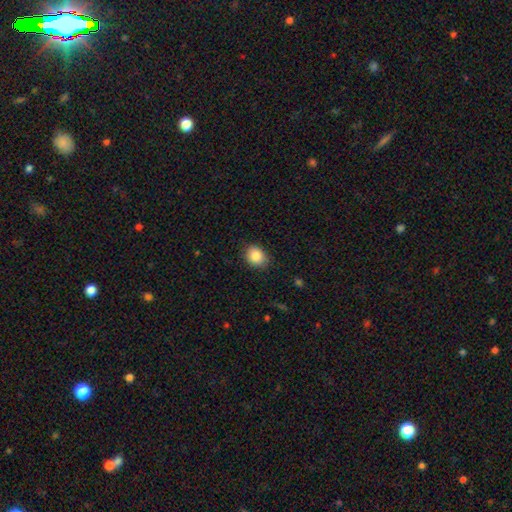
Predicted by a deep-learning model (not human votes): smooth_or_featured: smooth (p=0.86) [alt: star or artifact p=0.09]
how_rounded: in between (p=0.51) [alt: round p=0.48]
merging: none (p=0.82) [alt: minor disturbance p=0.14]